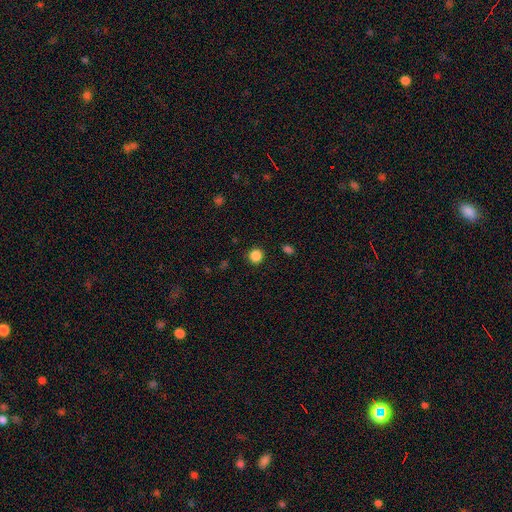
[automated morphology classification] Smooth or featured: smooth — 86% (star or artifact — 11%)
How rounded: round — 93% (in between — 6%)
Merging: none — 91% (minor disturbance — 6%)